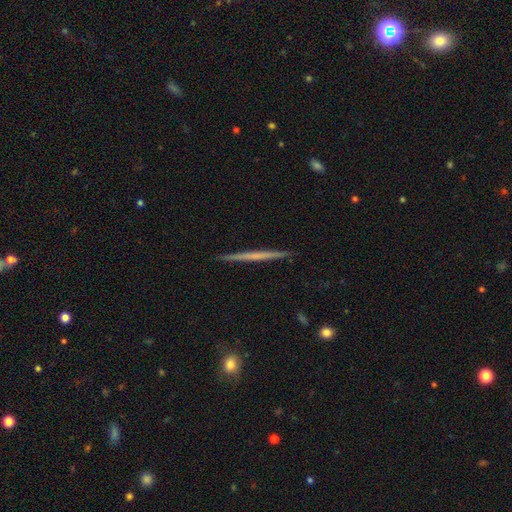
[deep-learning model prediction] Smooth or featured? featured or disk (57%)
Edge-on disk? yes (98%)
Edge-on bulge? none (88%)
Merging? none (92%)